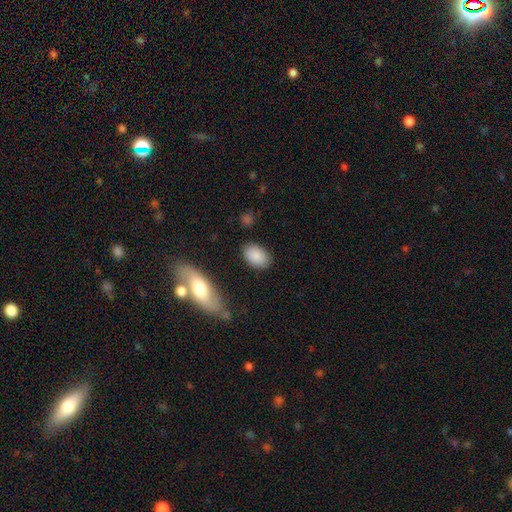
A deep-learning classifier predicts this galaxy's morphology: Smooth or featured?
  - smooth: 87% *
  - featured or disk: 7%
  - star or artifact: 7%
How rounded?
  - in between: 89% *
  - round: 9%
  - cigar-shaped: 2%
Merging?
  - none: 84% *
  - minor disturbance: 11%
  - major disturbance: 3%
  - merger: 3%